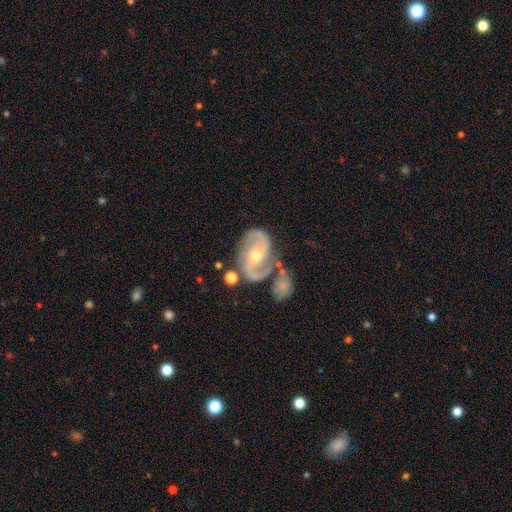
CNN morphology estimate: Smooth or featured? featured or disk (89%)
Edge-on disk? no (97%)
Bar? no (52%)
Spiral arms? yes (97%)
Spiral winding? medium (55%)
Spiral arm count? 2 (89%)
Bulge size? moderate (49%)
Merging? none (57%)